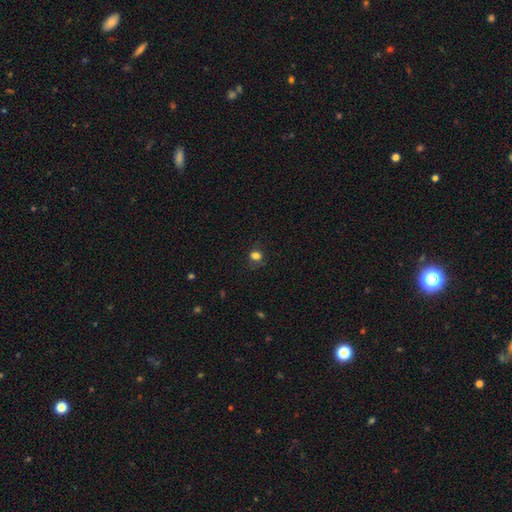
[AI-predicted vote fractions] Q: Smooth or featured?
A: smooth (76%); runner-up: star or artifact (18%)
Q: How rounded?
A: round (64%); runner-up: in between (34%)
Q: Merging?
A: none (75%); runner-up: minor disturbance (17%)